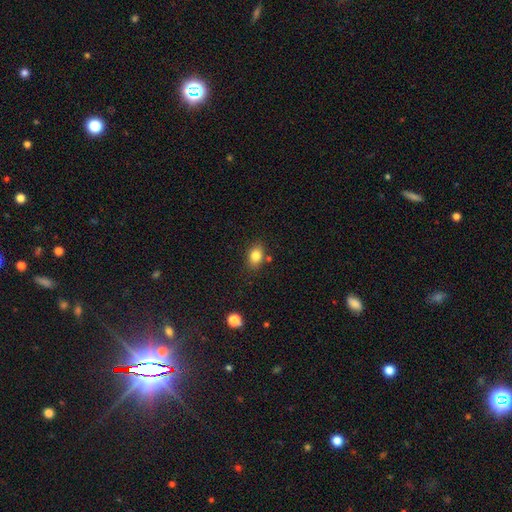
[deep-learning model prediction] Smooth or featured: smooth — 82% (star or artifact — 10%)
How rounded: in between — 72% (round — 26%)
Merging: none — 78% (minor disturbance — 13%)